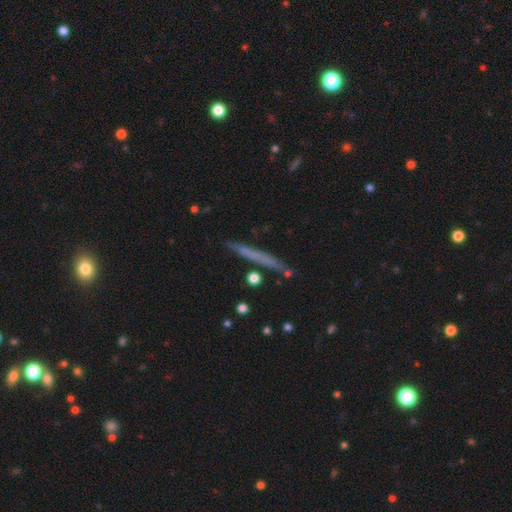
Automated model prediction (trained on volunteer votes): Overall: smooth (47%; featured or disk 44%). Merging: none (86%).